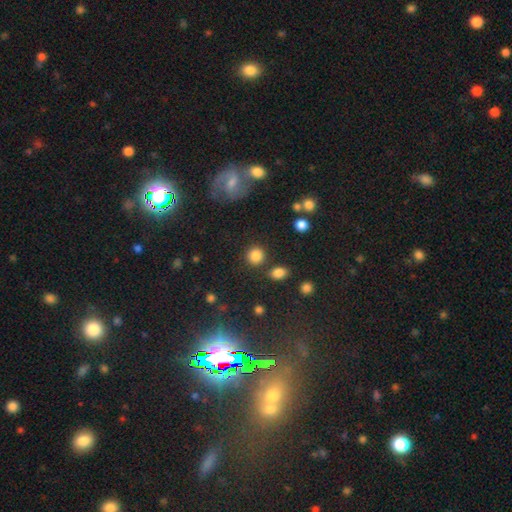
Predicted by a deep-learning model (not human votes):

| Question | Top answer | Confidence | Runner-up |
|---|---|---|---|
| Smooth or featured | smooth | 85% | star or artifact (11%) |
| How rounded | round | 88% | in between (11%) |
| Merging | none | 82% | minor disturbance (8%) |